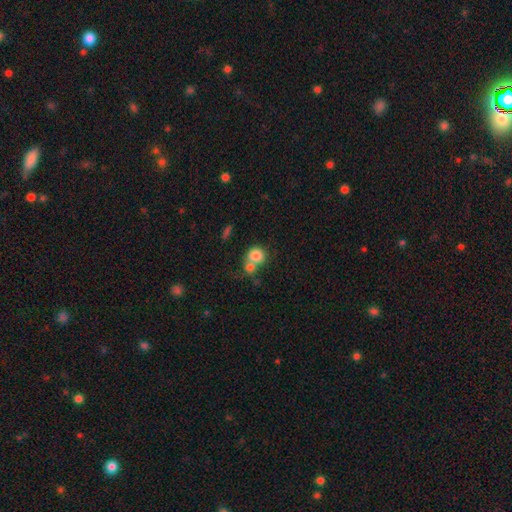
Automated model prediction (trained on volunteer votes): This is clearly a smooth galaxy (81%). How rounded: clearly round (81%). Merging: possibly merger (51%).